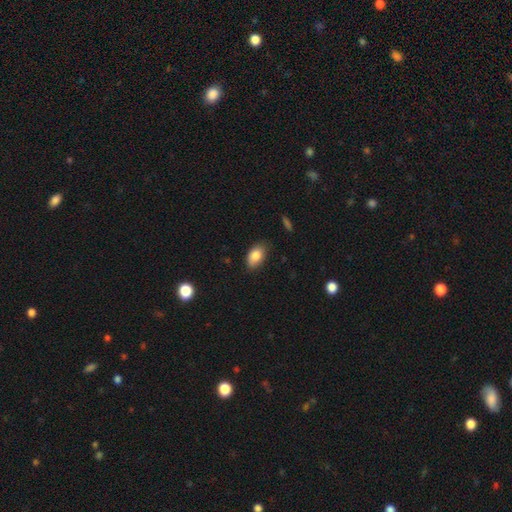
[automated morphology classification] Smooth or featured: smooth — 84% (featured or disk — 8%)
How rounded: in between — 91% (round — 7%)
Merging: none — 77% (minor disturbance — 19%)